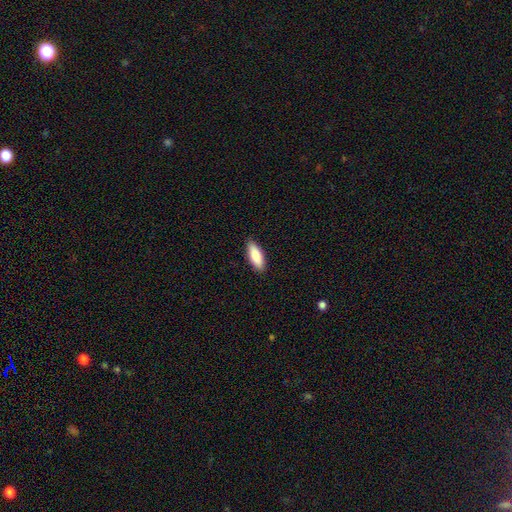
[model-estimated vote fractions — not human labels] The model was most divided on "how rounded": in between: 70%, cigar-shaped: 28%, round: 2%. More confident: merging — none (89%); smooth or featured — smooth (85%).